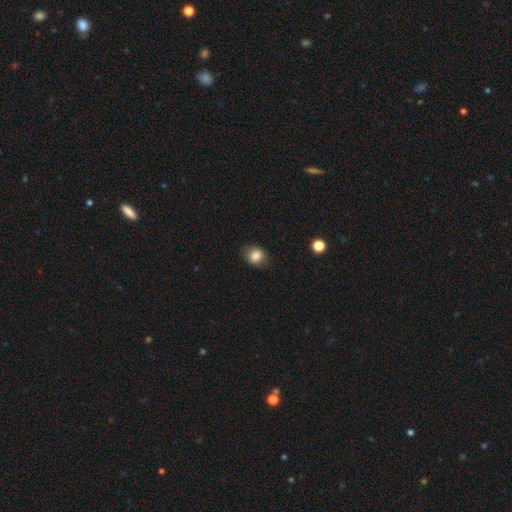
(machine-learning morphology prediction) This appears to be a smooth galaxy with no disk features (82%) that is round (57%). Merging: none (80%).